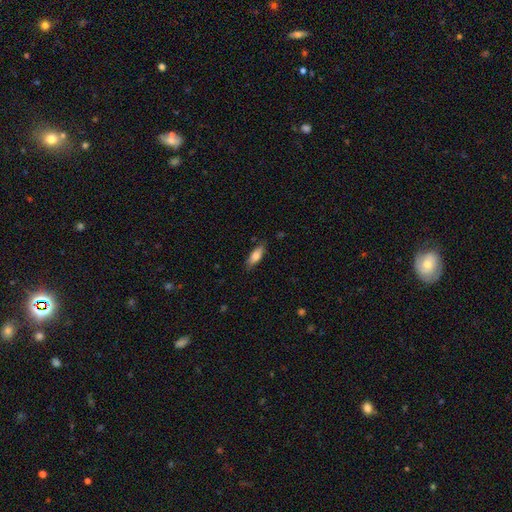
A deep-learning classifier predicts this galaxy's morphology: Smooth or featured: smooth — 79% (featured or disk — 15%)
How rounded: in between — 68% (cigar-shaped — 30%)
Merging: none — 82% (minor disturbance — 14%)